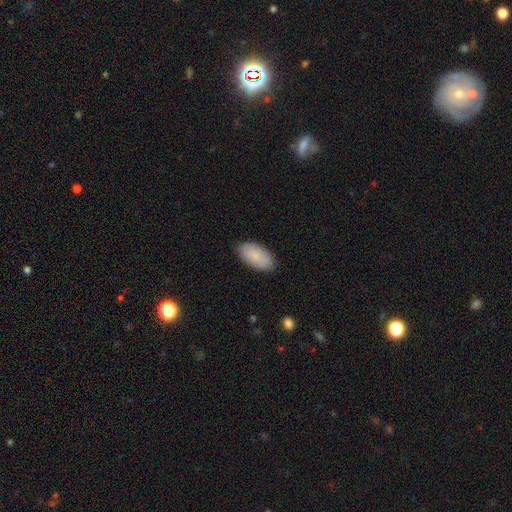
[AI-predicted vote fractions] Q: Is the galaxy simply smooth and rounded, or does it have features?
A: smooth — 86%.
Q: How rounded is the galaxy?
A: in between — 95%.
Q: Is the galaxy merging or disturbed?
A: none — 86%.